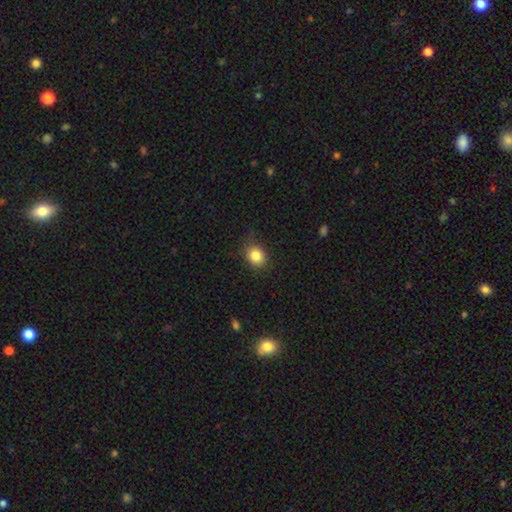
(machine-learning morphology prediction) A smooth galaxy with no disk features (84%) that is round (64%). Merging: none (80%).